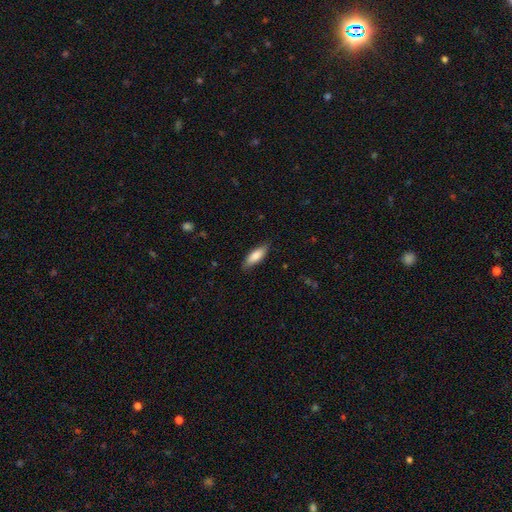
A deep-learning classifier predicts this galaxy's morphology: The model was most divided on "how rounded": in between: 61%, cigar-shaped: 37%, round: 2%. More confident: merging — none (85%); smooth or featured — smooth (80%).